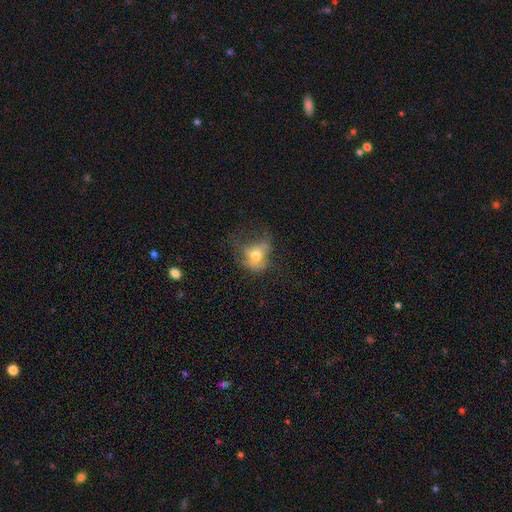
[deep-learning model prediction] Smooth or featured?
  - smooth: 57% *
  - featured or disk: 31%
  - star or artifact: 12%
How rounded?
  - in between: 53% *
  - round: 45%
  - cigar-shaped: 2%
Merging?
  - major disturbance: 44% *
  - none: 28%
  - minor disturbance: 25%
  - merger: 3%